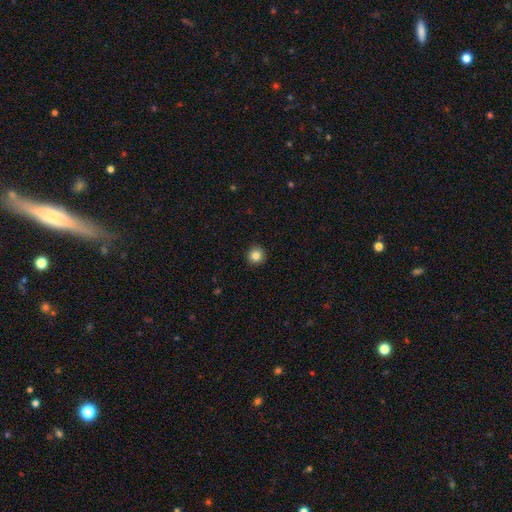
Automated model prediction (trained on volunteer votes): Smooth or featured?
  - smooth: 84% *
  - star or artifact: 10%
  - featured or disk: 6%
How rounded?
  - round: 95% *
  - in between: 4%
  - cigar-shaped: 1%
Merging?
  - none: 93% *
  - minor disturbance: 5%
  - major disturbance: 1%
  - merger: 1%